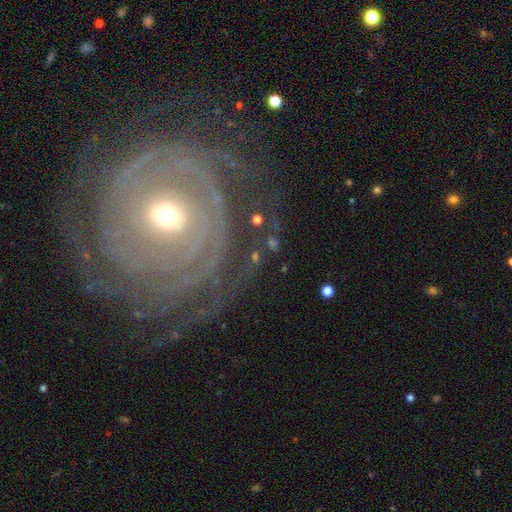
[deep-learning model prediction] smooth-or-featured: featured or disk: 85% | star or artifact: 8% | smooth: 7%
  disk-edge-on: no: 96% | yes: 4%
    bar: no: 67% | weak: 21% | strong: 12%
    has-spiral-arms: yes: 93% | no: 7%
      spiral-winding: tight: 82% | medium: 14% | loose: 4%
      spiral-arm-count: can't tell: 31% | more than 4: 18% | 3: 15% | 4: 14% | 2: 13% | 1: 8%
    bulge-size: moderate: 51% | small: 43% | large: 4% | dominant: 1% | none: 1%
  merging: none: 71% | minor disturbance: 15% | major disturbance: 12% | merger: 2%